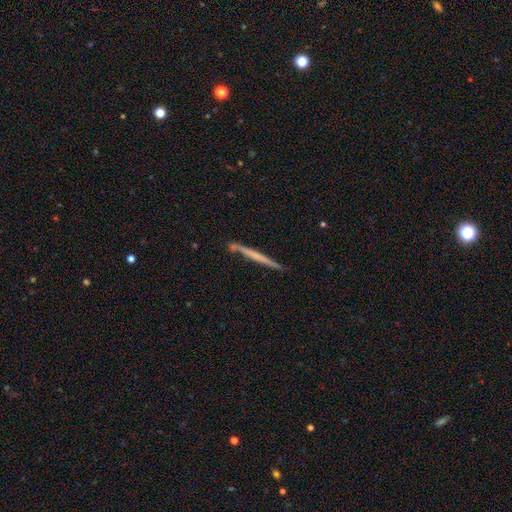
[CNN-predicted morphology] The model was most divided on "smooth or featured": featured or disk: 49%, smooth: 46%, star or artifact: 5%. More confident: merging — none (83%).